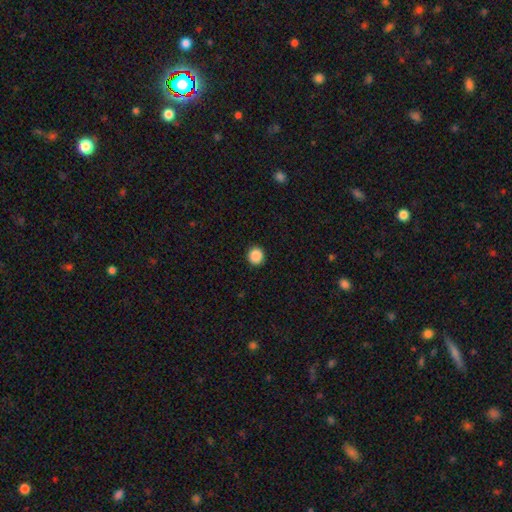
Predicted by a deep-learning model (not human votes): Morphology: type=smooth (89%); roundness=round (91%); merging=none (93%).